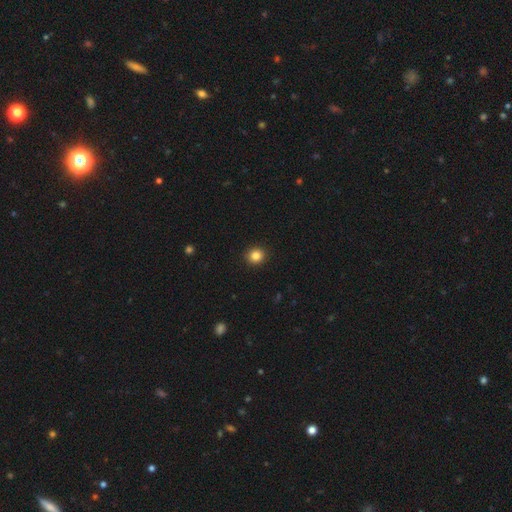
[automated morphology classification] Q: Smooth or featured?
A: smooth (85%); runner-up: star or artifact (11%)
Q: How rounded?
A: round (87%); runner-up: in between (12%)
Q: Merging?
A: none (92%); runner-up: minor disturbance (5%)